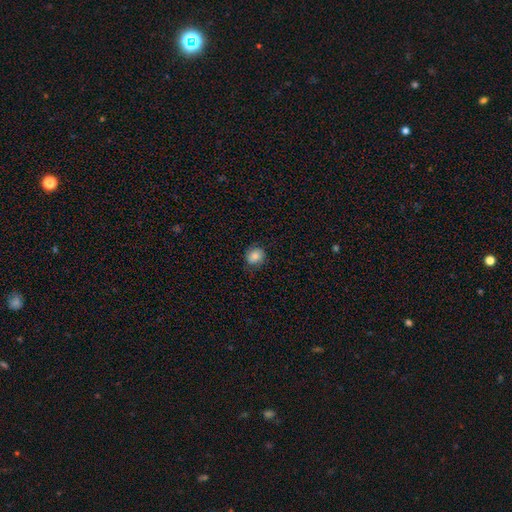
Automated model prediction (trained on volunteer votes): Smooth or featured? smooth (76%)
How rounded? round (70%)
Merging? none (74%)